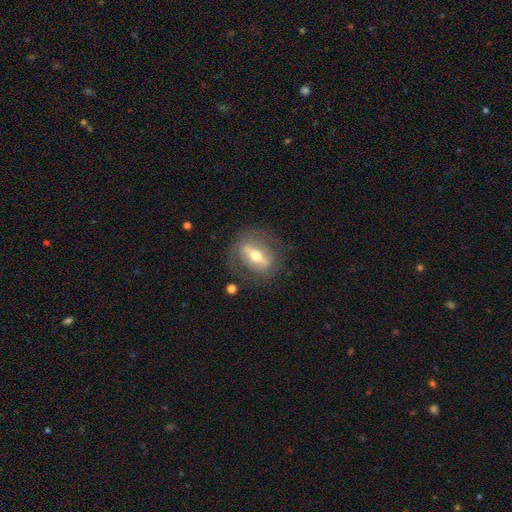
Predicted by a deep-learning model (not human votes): Q: Smooth or featured?
A: featured or disk (68%); runner-up: smooth (25%)
Q: Edge-on disk?
A: no (74%); runner-up: yes (26%)
Q: Merging?
A: none (75%); runner-up: minor disturbance (15%)